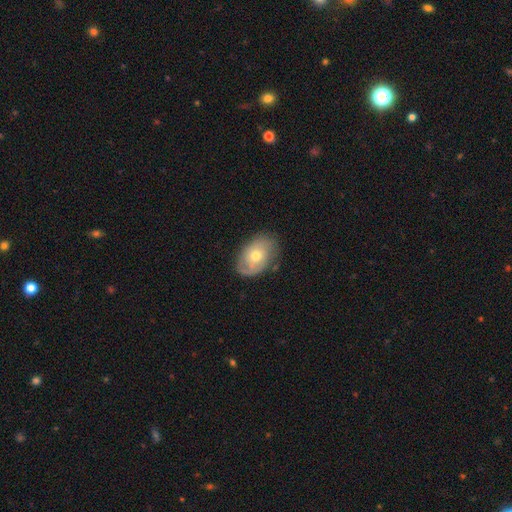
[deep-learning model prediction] Smooth or featured? Predicted: featured or disk (p=0.47). Merging? Predicted: none (p=0.71).